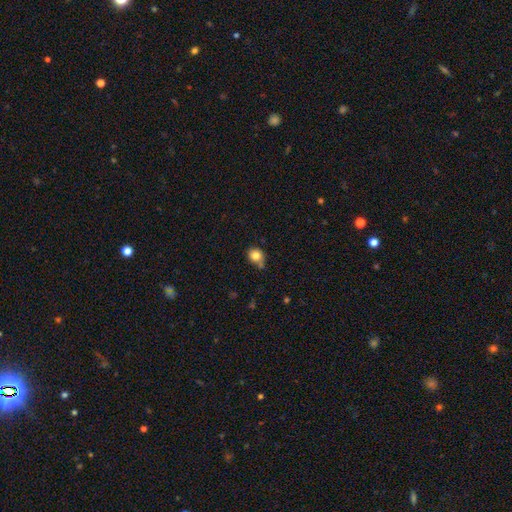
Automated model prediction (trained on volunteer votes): Smooth or featured?
  - smooth: 82% *
  - star or artifact: 11%
  - featured or disk: 8%
How rounded?
  - round: 79% *
  - in between: 21%
  - cigar-shaped: 1%
Merging?
  - none: 55% *
  - minor disturbance: 26%
  - merger: 13%
  - major disturbance: 7%